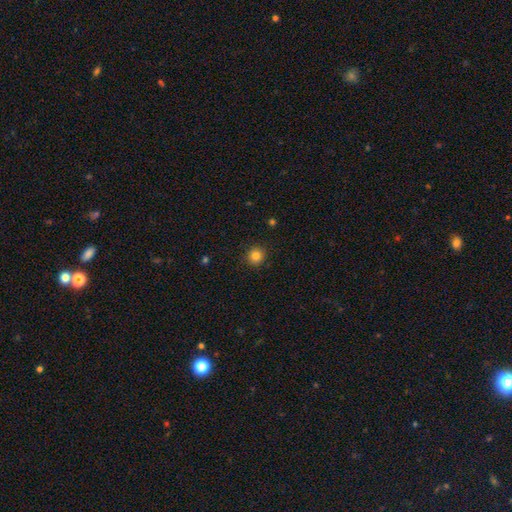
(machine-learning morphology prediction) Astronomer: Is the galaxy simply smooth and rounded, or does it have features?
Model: smooth — 83%.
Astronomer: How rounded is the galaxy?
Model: round — 91%.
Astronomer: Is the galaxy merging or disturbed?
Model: none — 90%.